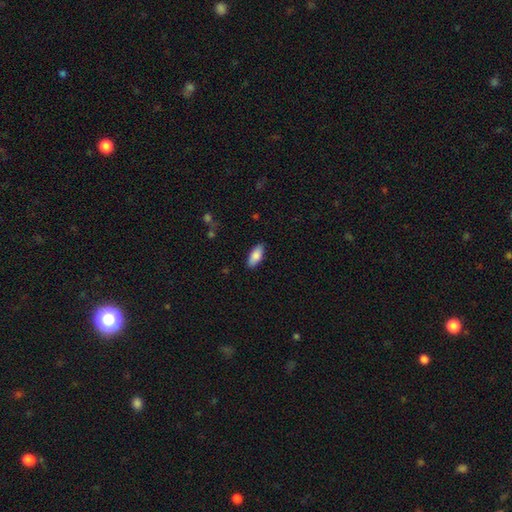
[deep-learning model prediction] Smooth or featured: smooth — 85% (featured or disk — 9%)
How rounded: in between — 86% (cigar-shaped — 12%)
Merging: none — 87% (minor disturbance — 9%)